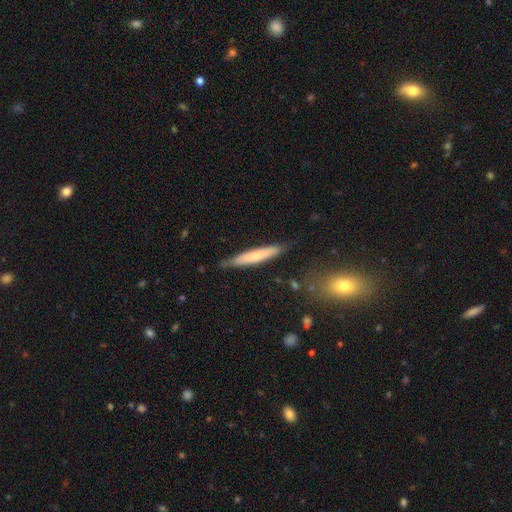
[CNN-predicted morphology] smooth_or_featured: smooth (p=0.64) [alt: featured or disk p=0.30]
how_rounded: cigar-shaped (p=0.92) [alt: in between p=0.06]
merging: none (p=0.79) [alt: minor disturbance p=0.15]